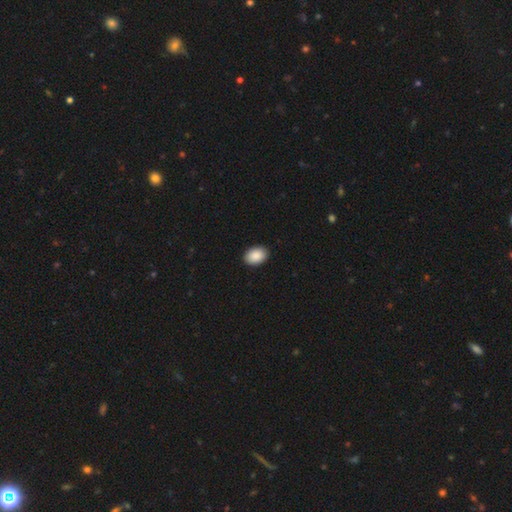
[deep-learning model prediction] Morphology: type=smooth (90%); roundness=in between (83%); merging=none (91%).